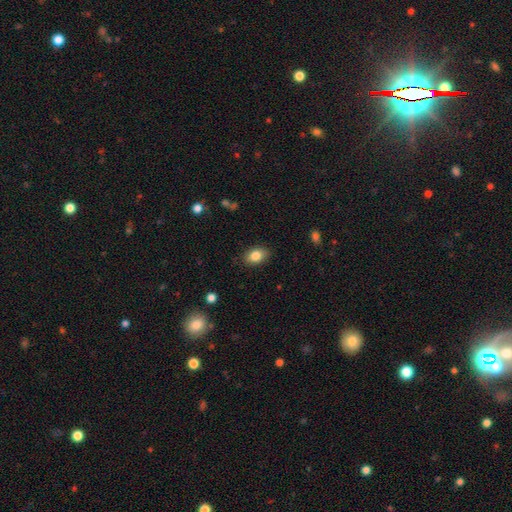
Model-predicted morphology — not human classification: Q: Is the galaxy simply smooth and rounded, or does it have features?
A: smooth — 84%.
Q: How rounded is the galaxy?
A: in between — 84%.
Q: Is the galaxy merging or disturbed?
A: none — 86%.